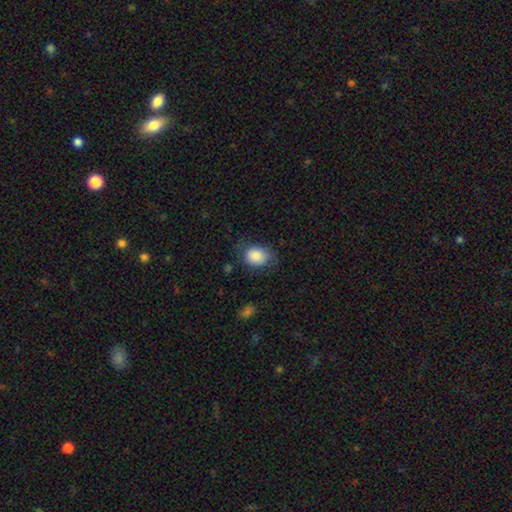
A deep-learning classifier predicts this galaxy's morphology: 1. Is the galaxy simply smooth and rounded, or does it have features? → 86% smooth, 7% star or artifact, 7% featured or disk.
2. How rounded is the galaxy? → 57% in between, 42% round, 1% cigar-shaped.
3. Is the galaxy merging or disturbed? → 64% none, 25% minor disturbance, 9% major disturbance, 2% merger.